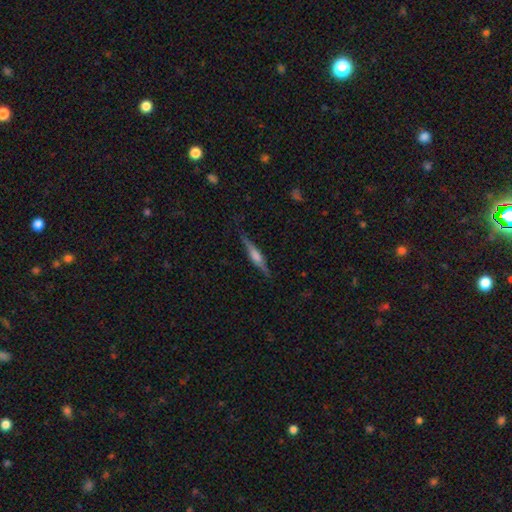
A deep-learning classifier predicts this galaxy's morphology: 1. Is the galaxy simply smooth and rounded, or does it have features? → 72% featured or disk, 22% smooth, 7% star or artifact.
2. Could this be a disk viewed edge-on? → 97% yes, 3% no.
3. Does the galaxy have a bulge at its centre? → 71% rounded, 22% boxy, 7% none.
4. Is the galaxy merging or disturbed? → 87% none, 10% minor disturbance, 2% major disturbance, 1% merger.